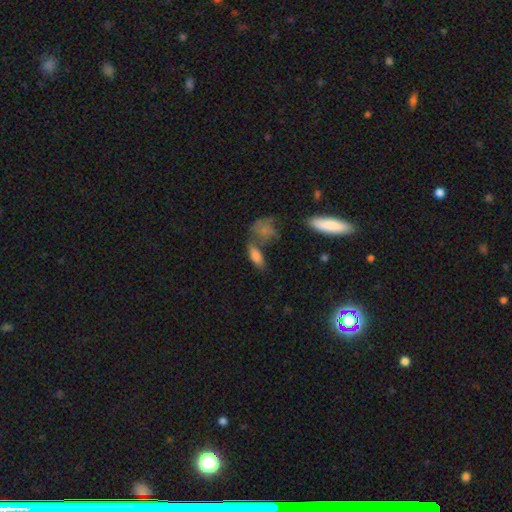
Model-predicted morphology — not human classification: Smooth or featured? smooth (73%)
How rounded? in between (70%)
Merging? none (50%)